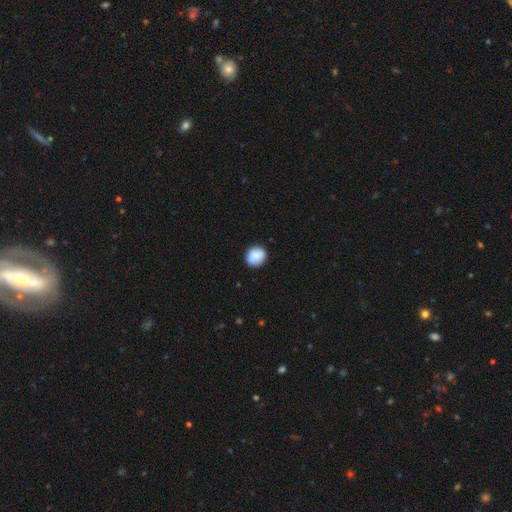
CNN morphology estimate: This appears to be a smooth galaxy with no disk features (87%) that is round (79%). Merging: none (85%).